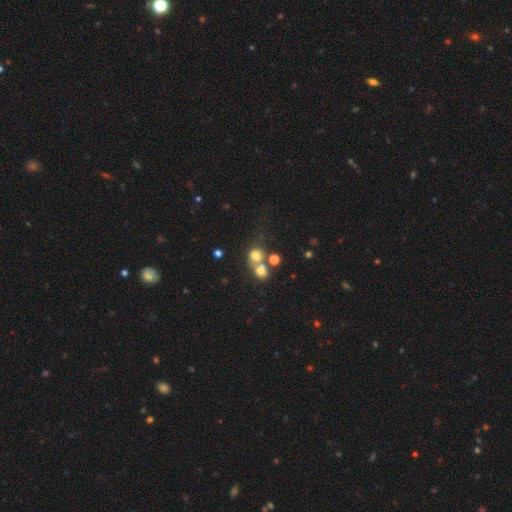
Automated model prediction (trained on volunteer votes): smooth 70%, star or artifact 16%, featured or disk 14%. Down the decision tree: how rounded — round (76%); merging — merger (50%).